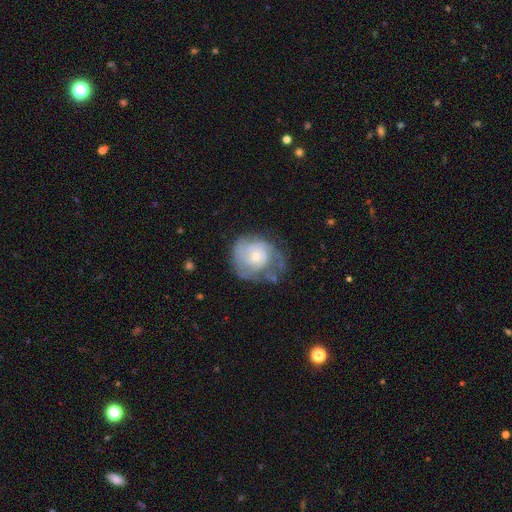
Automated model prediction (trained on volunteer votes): This is possibly a featured or disk galaxy (60%). It is clearly not viewed edge-on (98%). Bar: likely no (79%). Spiral arm pattern: likely yes (67%). Central bulge: possibly small (59%). Merging: marginally none (43%).